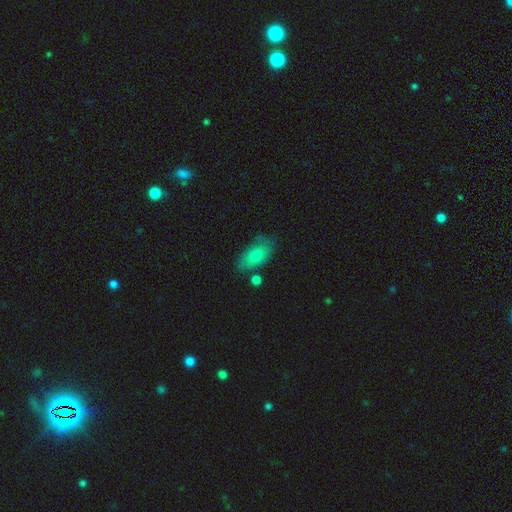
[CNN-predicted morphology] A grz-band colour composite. It shows a smooth galaxy with no disk features (74%) that is in between round and cigar-shaped (90%). Merging: none (69%).